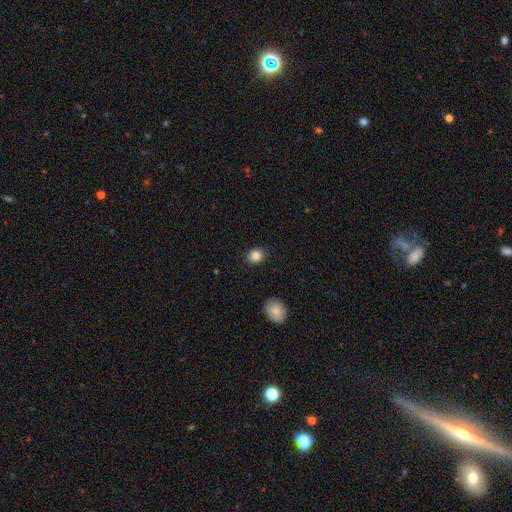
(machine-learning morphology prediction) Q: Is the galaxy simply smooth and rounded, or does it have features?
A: smooth — 86%.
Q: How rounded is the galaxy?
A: round — 65%.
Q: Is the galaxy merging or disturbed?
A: none — 88%.